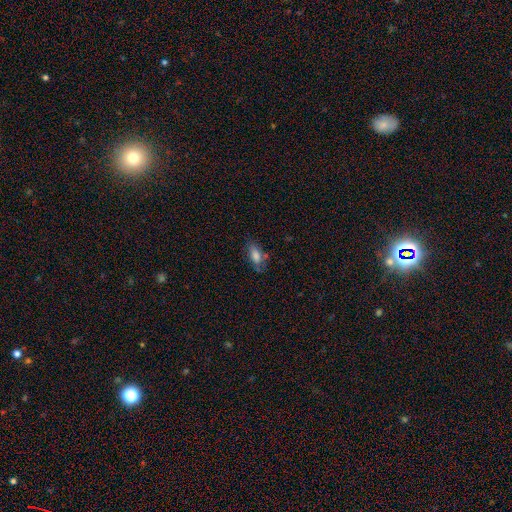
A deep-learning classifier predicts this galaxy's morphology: The model was most divided on "merging": none: 67%, minor disturbance: 21%, major disturbance: 7%, merger: 5%. More confident: how rounded — in between (82%); smooth or featured — smooth (74%).